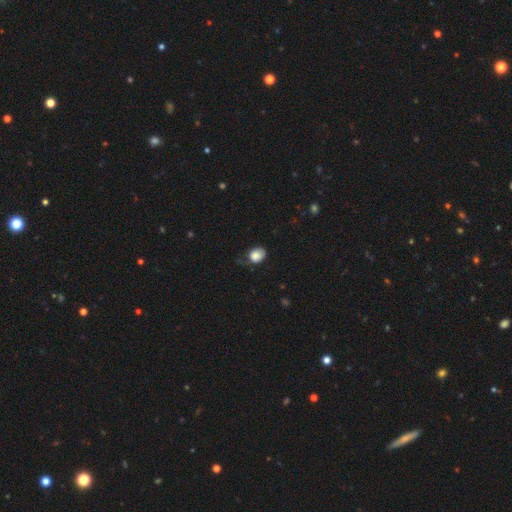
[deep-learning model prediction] A smooth galaxy with no disk features (83%) that is in between round and cigar-shaped (50%).

Vote fractions:
- Smooth or featured? smooth: 83% / featured or disk: 9% / star or artifact: 8%
- How rounded? in between: 50% / round: 49% / cigar-shaped: 1%
- Merging? none: 44% / minor disturbance: 36% / major disturbance: 18% / merger: 2%